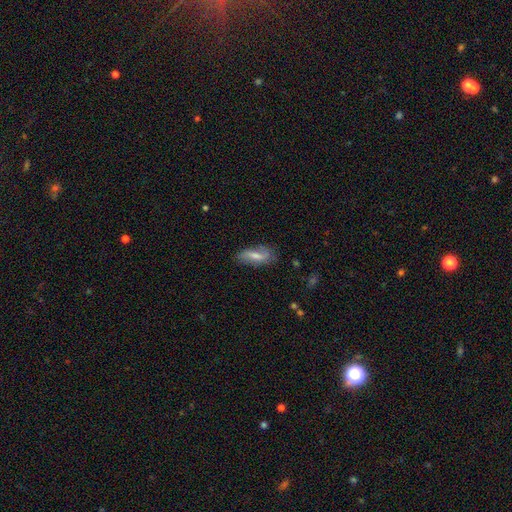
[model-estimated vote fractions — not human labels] Q: Smooth or featured?
A: featured or disk (49%); runner-up: smooth (42%)
Q: Merging?
A: none (72%); runner-up: minor disturbance (20%)